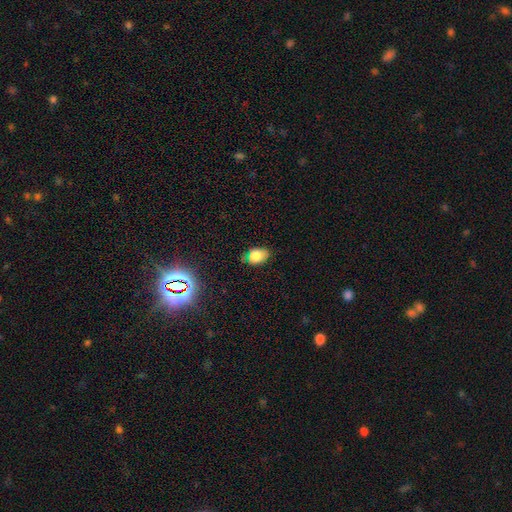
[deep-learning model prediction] This appears to be a smooth galaxy with no disk features (78%) that is in between round and cigar-shaped (79%). Merging: none (69%).